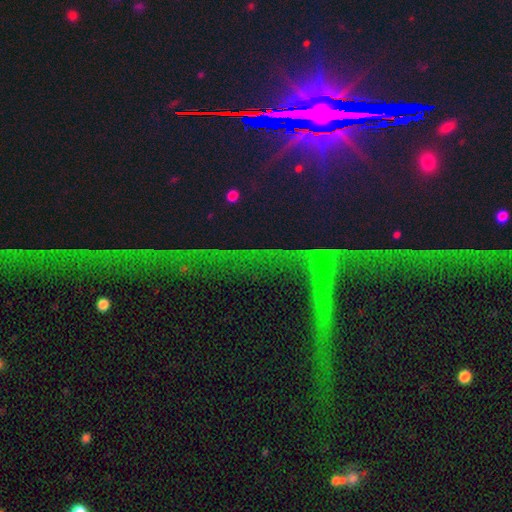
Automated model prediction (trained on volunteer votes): smooth_or_featured: star or artifact (p=0.82) [alt: featured or disk p=0.11]